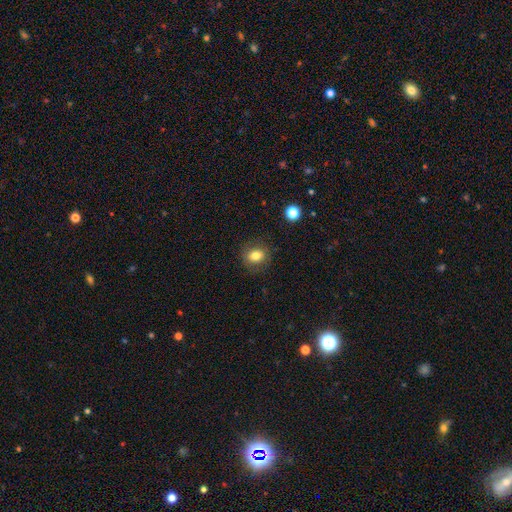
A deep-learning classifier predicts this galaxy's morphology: smooth-or-featured: smooth: 79% | star or artifact: 10% | featured or disk: 10%
  how-rounded: round: 56% | in between: 43% | cigar-shaped: 1%
  merging: none: 84% | minor disturbance: 11% | major disturbance: 4% | merger: 1%